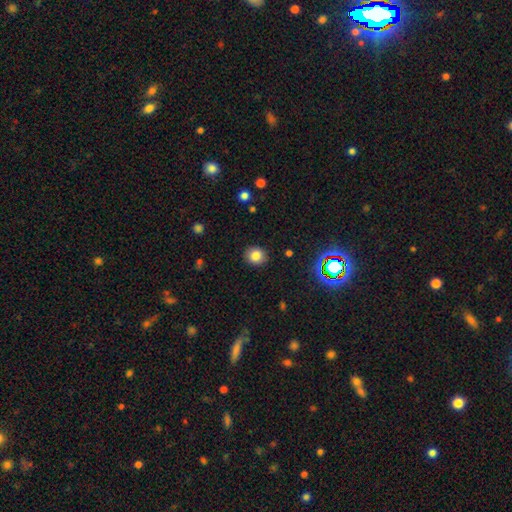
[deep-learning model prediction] This appears to be a smooth galaxy with no disk features (82%) that is round (78%). Merging: none (90%).